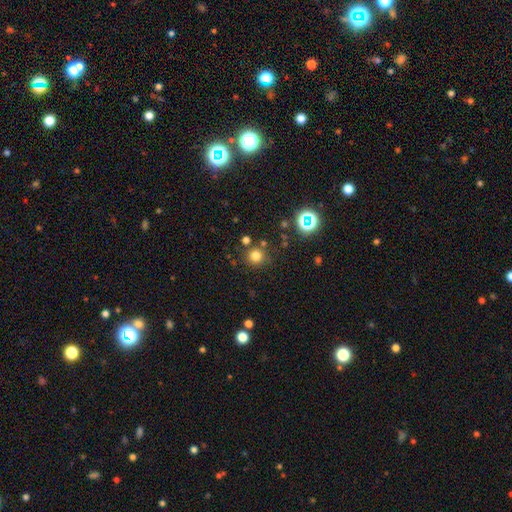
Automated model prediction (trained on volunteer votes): Smooth or featured: smooth — 75% (star or artifact — 19%)
How rounded: round — 94% (in between — 5%)
Merging: none — 81% (minor disturbance — 9%)